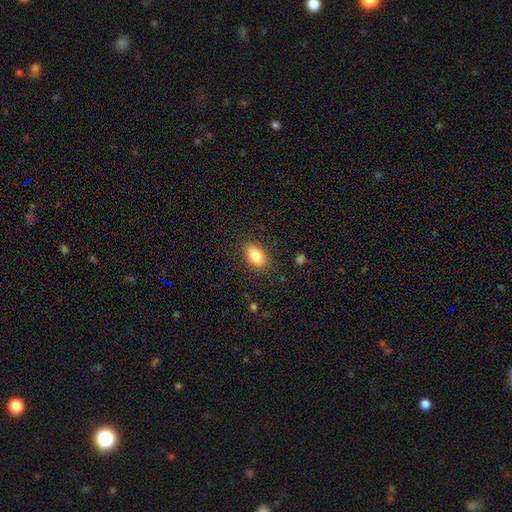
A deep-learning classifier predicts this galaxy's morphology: Overall: smooth (83%). How rounded: in between (89%). Merging: none (85%).